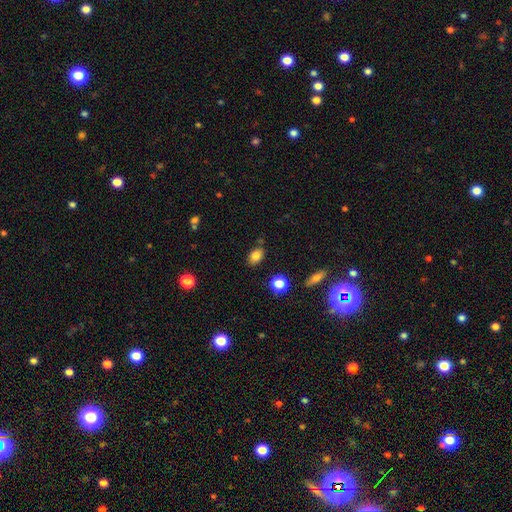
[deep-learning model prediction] Smooth or featured: smooth — 82% (star or artifact — 11%)
How rounded: in between — 76% (round — 23%)
Merging: none — 79% (minor disturbance — 13%)